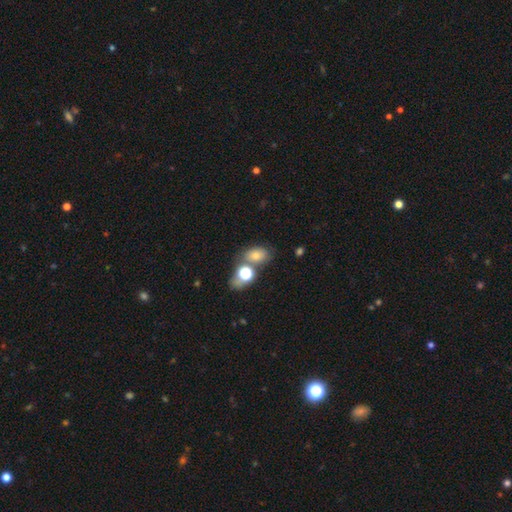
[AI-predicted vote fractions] smooth 73%, star or artifact 15%, featured or disk 12%. Down the decision tree: how rounded — in between (75%); merging — none (54%).